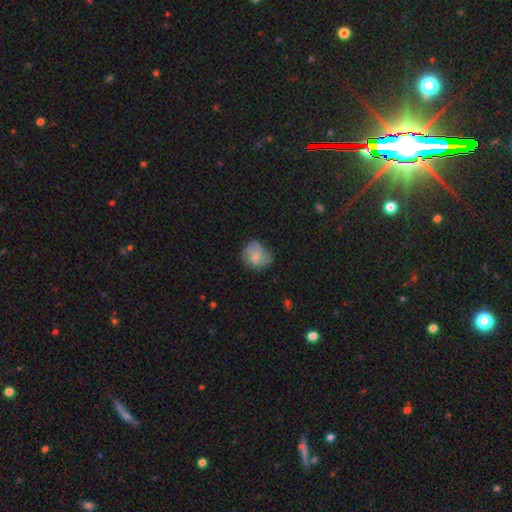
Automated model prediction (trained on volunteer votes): Smooth or featured?
  - smooth: 62% *
  - featured or disk: 30%
  - star or artifact: 8%
How rounded?
  - round: 67% *
  - in between: 32%
  - cigar-shaped: 1%
Merging?
  - none: 54% *
  - minor disturbance: 31%
  - major disturbance: 14%
  - merger: 2%